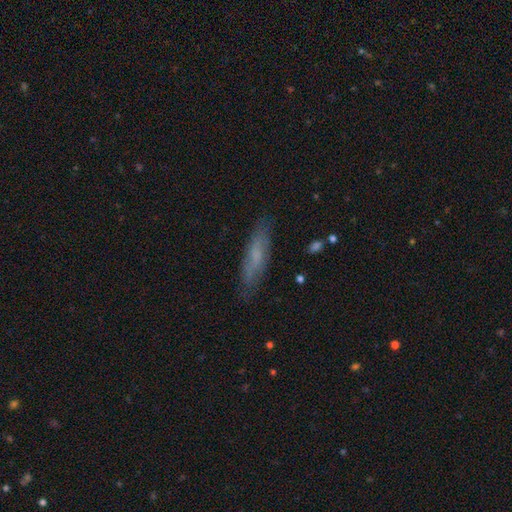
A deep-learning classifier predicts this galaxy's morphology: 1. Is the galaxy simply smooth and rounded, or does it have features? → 55% smooth, 37% featured or disk, 8% star or artifact.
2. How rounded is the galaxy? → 74% cigar-shaped, 24% in between, 2% round.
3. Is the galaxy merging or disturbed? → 81% none, 15% minor disturbance, 3% major disturbance, 1% merger.